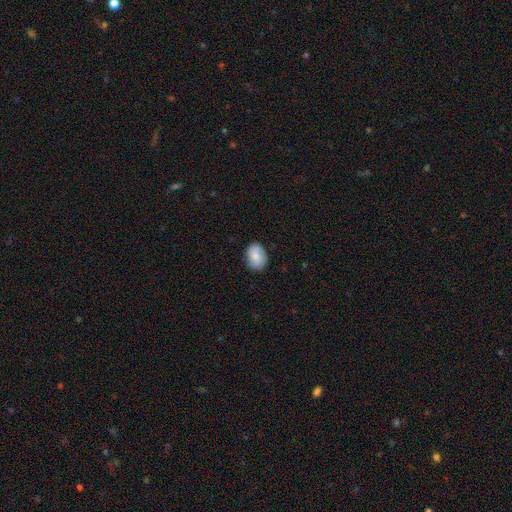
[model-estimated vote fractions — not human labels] The model was most divided on "how rounded": in between: 70%, round: 29%, cigar-shaped: 1%. More confident: smooth or featured — smooth (83%); merging — none (82%).